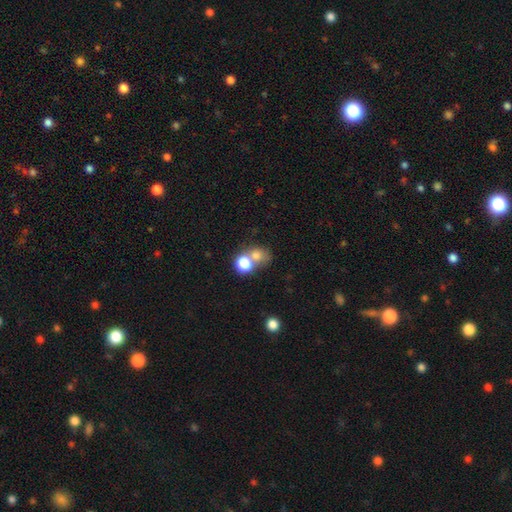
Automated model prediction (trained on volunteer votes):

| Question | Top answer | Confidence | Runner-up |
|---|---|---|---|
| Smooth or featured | smooth | 73% | featured or disk (13%) |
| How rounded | round | 67% | in between (32%) |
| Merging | merger | 55% | none (32%) |